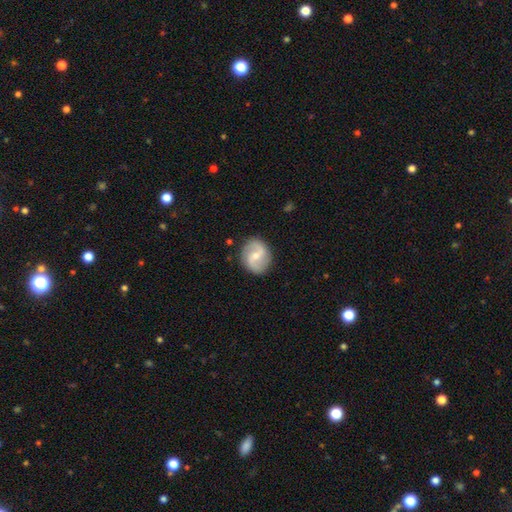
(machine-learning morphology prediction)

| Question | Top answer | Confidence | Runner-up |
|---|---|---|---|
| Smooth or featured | featured or disk | 72% | smooth (23%) |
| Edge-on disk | no | 98% | yes (2%) |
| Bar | weak | 51% | no (30%) |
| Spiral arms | yes | 90% | no (10%) |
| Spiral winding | loose | 49% | medium (38%) |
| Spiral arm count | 2 | 91% | can't tell (4%) |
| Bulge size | small | 52% | moderate (44%) |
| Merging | none | 86% | minor disturbance (10%) |